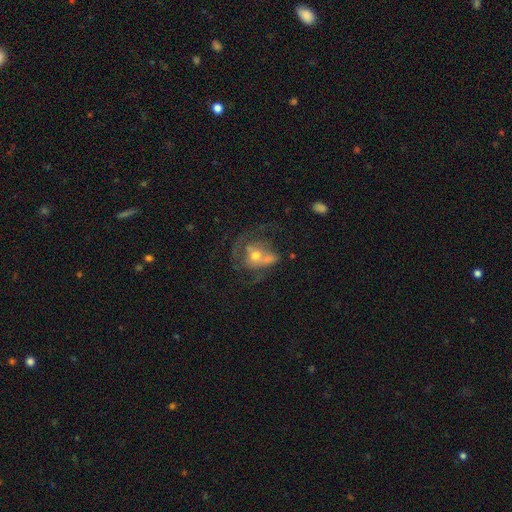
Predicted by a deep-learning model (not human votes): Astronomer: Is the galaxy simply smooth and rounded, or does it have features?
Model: featured or disk — 62%.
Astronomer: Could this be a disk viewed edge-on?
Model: no — 97%.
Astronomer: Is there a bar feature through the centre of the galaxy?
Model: no — 77%.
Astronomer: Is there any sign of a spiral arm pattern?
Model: yes — 53% (runner-up: no, 47%).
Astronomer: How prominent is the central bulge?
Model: moderate — 58%.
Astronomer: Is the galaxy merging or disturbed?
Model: major disturbance — 31% (runner-up: none, 29%).